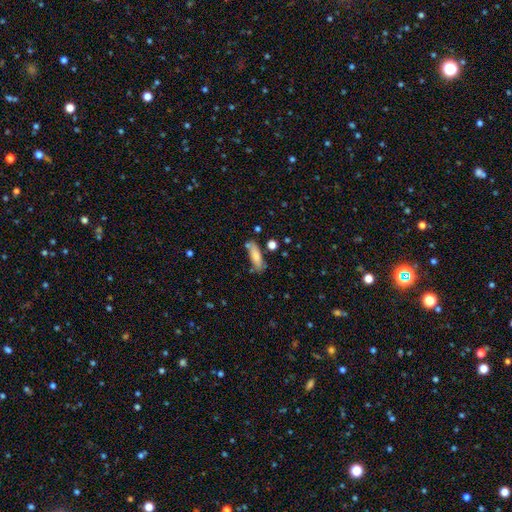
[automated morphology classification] A smooth galaxy with no disk features (76%) that is cigar-shaped (55%). Merging: none (68%).